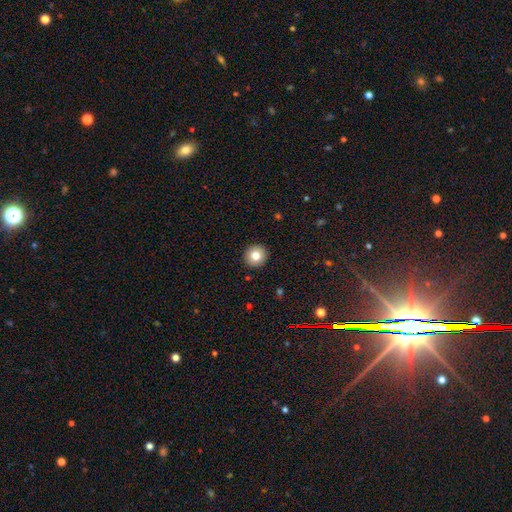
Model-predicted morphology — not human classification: smooth_or_featured: smooth (p=0.80) [alt: featured or disk p=0.10]
how_rounded: round (p=0.92) [alt: in between p=0.07]
merging: none (p=0.93) [alt: minor disturbance p=0.05]